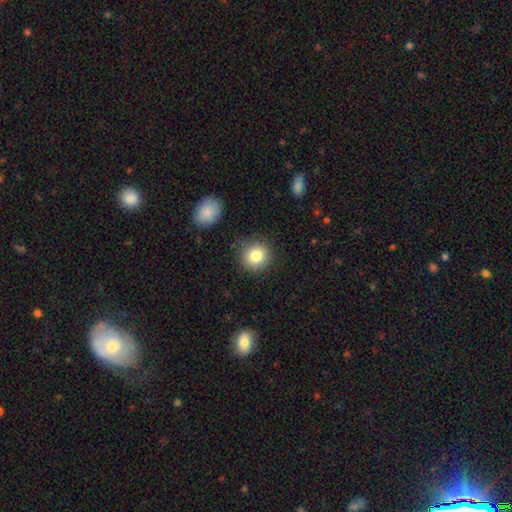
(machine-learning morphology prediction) type=smooth (83%); roundness=round (90%); merging=none (85%).